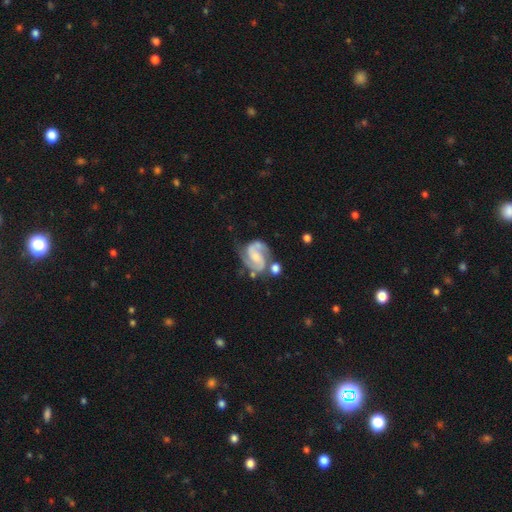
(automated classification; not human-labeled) Smooth or featured? Predicted: featured or disk (p=0.89). Edge-on disk? Predicted: no (p=0.98). Bar? Predicted: weak (p=0.42). Spiral arms? Predicted: yes (p=0.97). Spiral winding? Predicted: medium (p=0.56). Spiral arm count? Predicted: 2 (p=0.90). Bulge size? Predicted: small (p=0.44). Merging? Predicted: none (p=0.57).